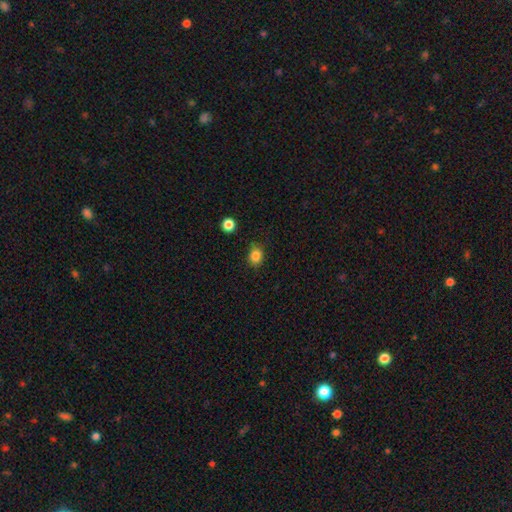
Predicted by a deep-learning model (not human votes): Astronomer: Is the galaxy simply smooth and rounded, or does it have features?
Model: smooth — 84%.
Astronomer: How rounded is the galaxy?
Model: round — 58% (runner-up: in between, 41%).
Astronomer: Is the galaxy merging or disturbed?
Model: none — 82%.